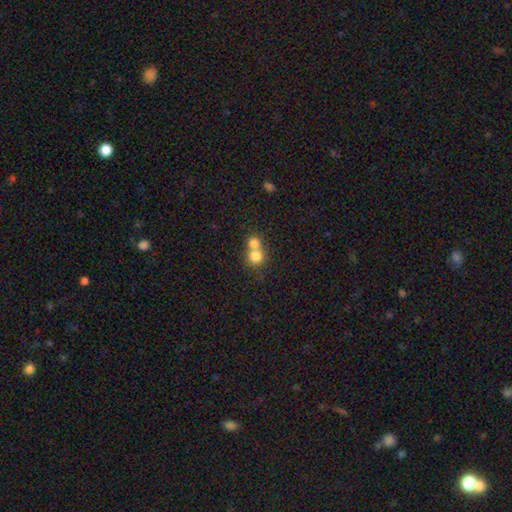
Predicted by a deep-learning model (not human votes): A smooth galaxy with no disk features (79%) that is round (84%). Merging: merger (58%).